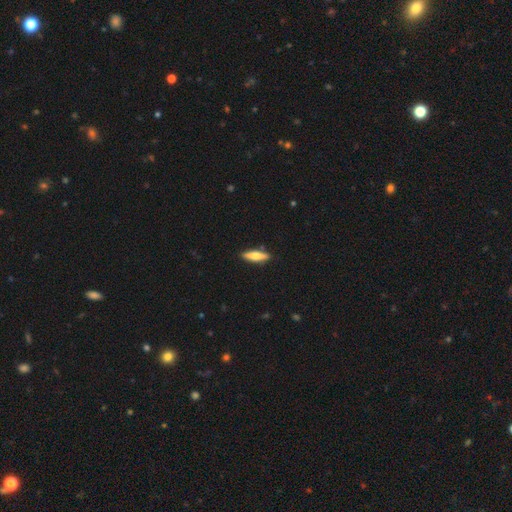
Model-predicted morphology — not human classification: A smooth galaxy with no disk features (66%) that is cigar-shaped (64%).

Vote fractions:
- Smooth or featured? smooth: 66% / featured or disk: 28% / star or artifact: 6%
- How rounded? cigar-shaped: 64% / in between: 34% / round: 2%
- Merging? none: 88% / minor disturbance: 9% / major disturbance: 2% / merger: 2%